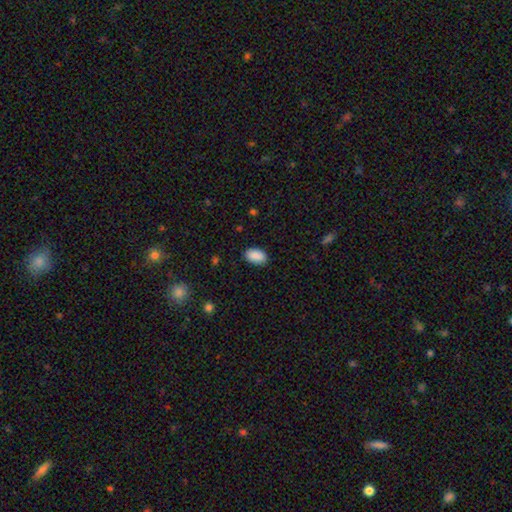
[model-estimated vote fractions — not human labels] Overall: smooth (90%). How rounded: in between (92%). Merging: none (87%).